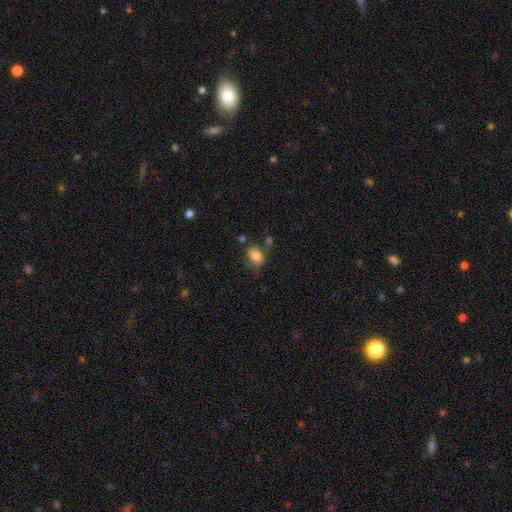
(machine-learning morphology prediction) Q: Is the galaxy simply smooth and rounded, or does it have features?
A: smooth — 77%.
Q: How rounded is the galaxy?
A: in between — 71%.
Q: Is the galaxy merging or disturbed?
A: none — 50%.